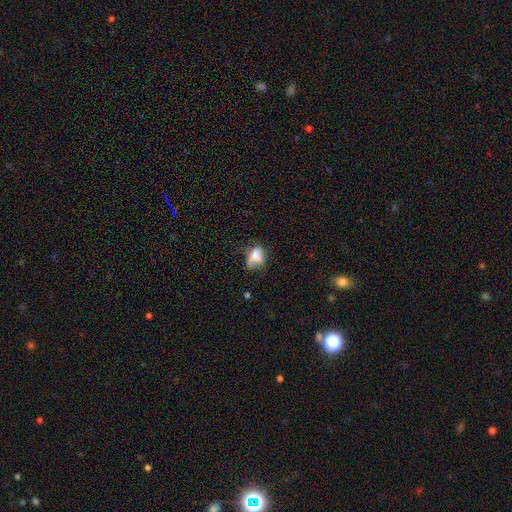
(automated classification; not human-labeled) smooth_or_featured: smooth (p=0.66) [alt: featured or disk p=0.23]
how_rounded: in between (p=0.79) [alt: round p=0.18]
merging: major disturbance (p=0.30) [alt: none p=0.29]